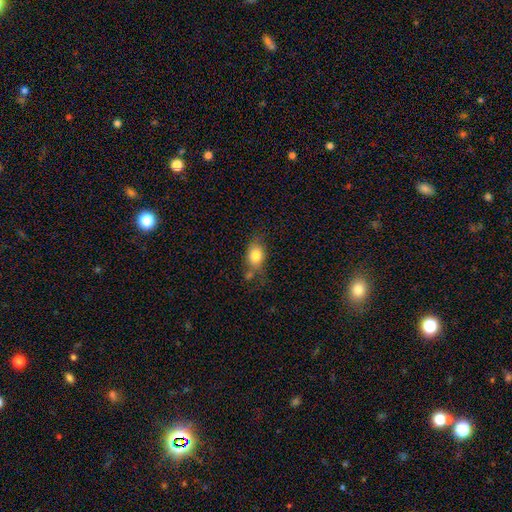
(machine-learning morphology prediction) The model was most divided on "merging": none: 55%, minor disturbance: 23%, merger: 13%, major disturbance: 9%. More confident: smooth or featured — smooth (80%); how rounded — in between (71%).